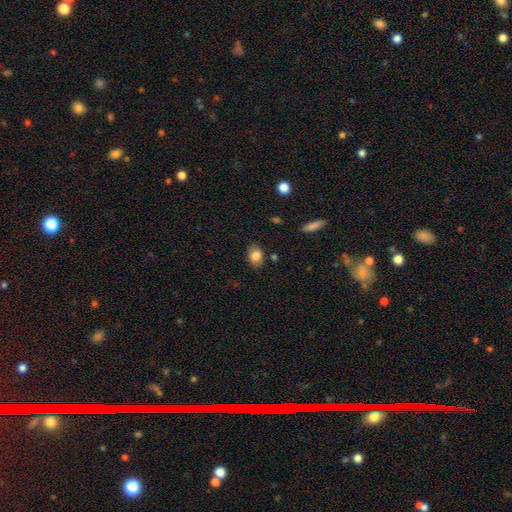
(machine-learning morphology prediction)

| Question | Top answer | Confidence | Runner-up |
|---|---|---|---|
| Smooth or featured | smooth | 84% | star or artifact (8%) |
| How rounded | in between | 73% | round (26%) |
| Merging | none | 80% | minor disturbance (15%) |